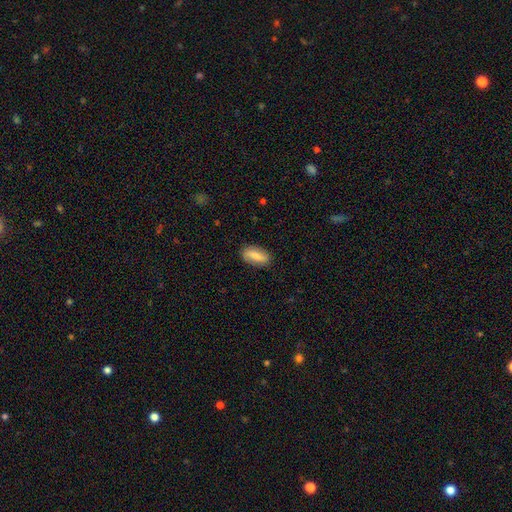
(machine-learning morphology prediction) The model was most divided on "smooth or featured": smooth: 76%, featured or disk: 17%, star or artifact: 7%. More confident: how rounded — in between (85%); merging — none (84%).